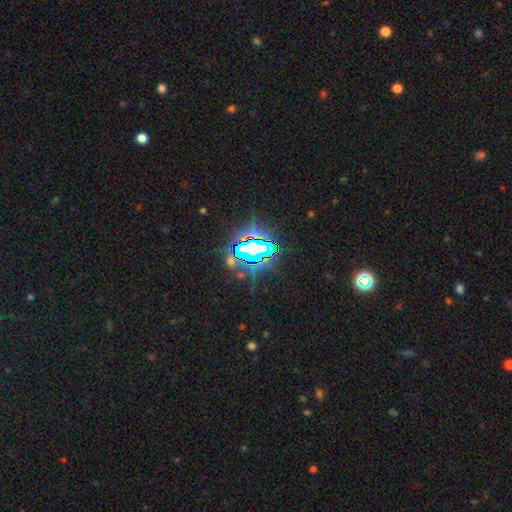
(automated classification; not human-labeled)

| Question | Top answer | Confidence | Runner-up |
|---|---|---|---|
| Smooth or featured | star or artifact | 83% | smooth (10%) |